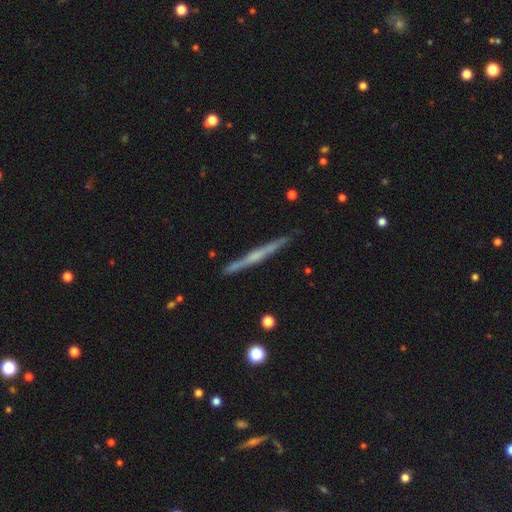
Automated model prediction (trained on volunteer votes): The model was most divided on "edge-on bulge": none: 52%, rounded: 37%, boxy: 10%. More confident: edge-on disk — yes (98%); merging — none (90%); smooth or featured — featured or disk (66%).